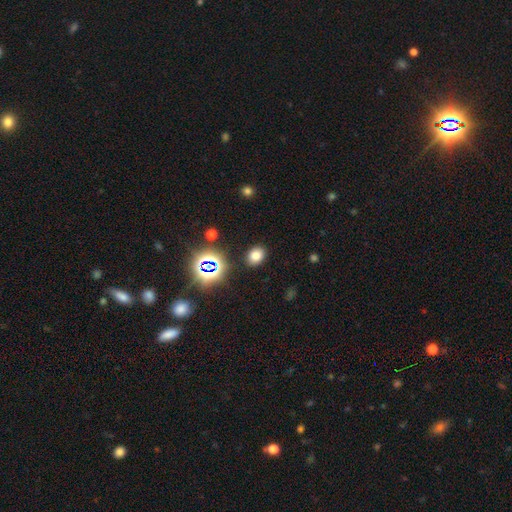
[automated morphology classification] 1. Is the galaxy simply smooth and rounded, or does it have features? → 73% smooth, 19% star or artifact, 7% featured or disk.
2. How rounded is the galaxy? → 61% in between, 38% round, 1% cigar-shaped.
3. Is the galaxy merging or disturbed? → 87% none, 8% minor disturbance, 3% major disturbance, 2% merger.